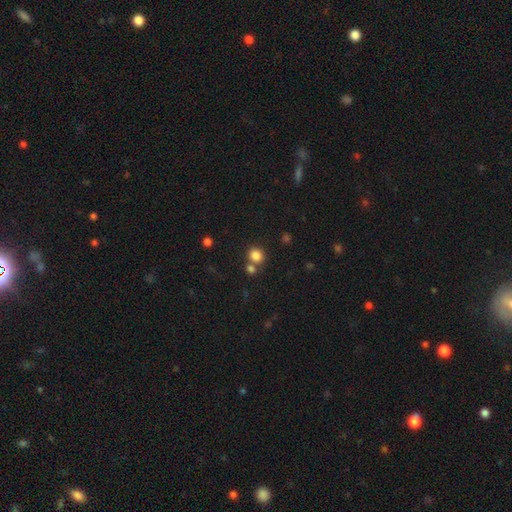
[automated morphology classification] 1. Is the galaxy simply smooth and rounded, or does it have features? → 83% smooth, 12% star or artifact, 5% featured or disk.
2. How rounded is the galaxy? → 78% round, 21% in between, 1% cigar-shaped.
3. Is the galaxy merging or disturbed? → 63% none, 26% merger, 8% minor disturbance, 3% major disturbance.